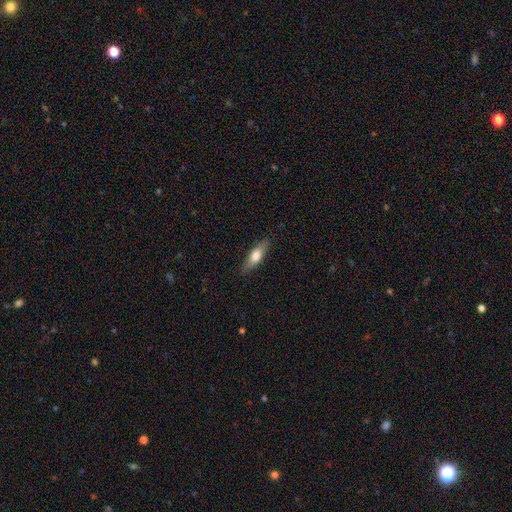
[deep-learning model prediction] The model was most divided on "how rounded": cigar-shaped: 54%, in between: 44%, round: 2%. More confident: merging — none (86%); smooth or featured — smooth (64%).